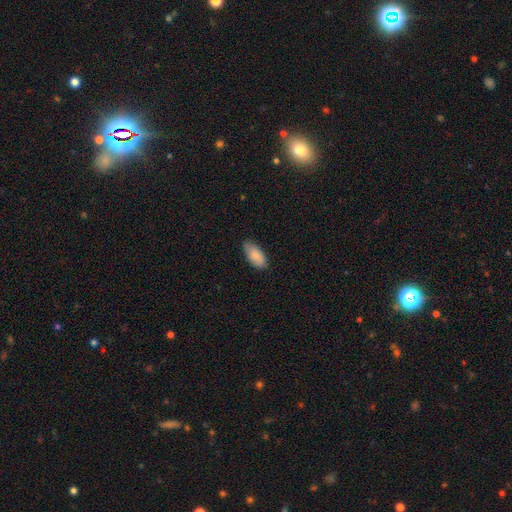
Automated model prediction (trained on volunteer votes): Smooth or featured? Predicted: smooth (p=0.86). How rounded? Predicted: in between (p=0.89). Merging? Predicted: none (p=0.79).